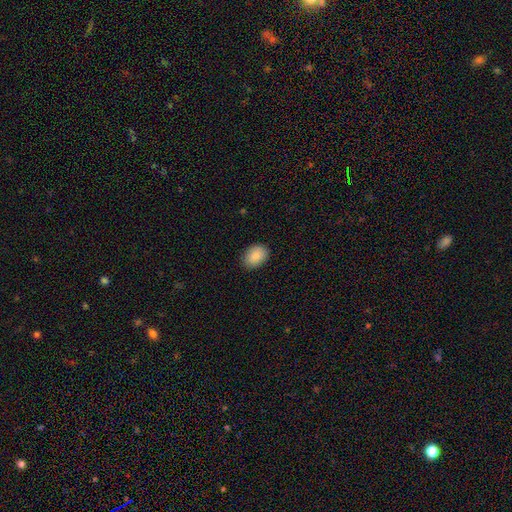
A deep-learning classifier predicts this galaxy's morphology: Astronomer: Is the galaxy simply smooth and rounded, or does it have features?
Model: smooth — 88%.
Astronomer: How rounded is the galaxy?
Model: in between — 79%.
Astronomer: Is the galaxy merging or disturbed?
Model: none — 88%.